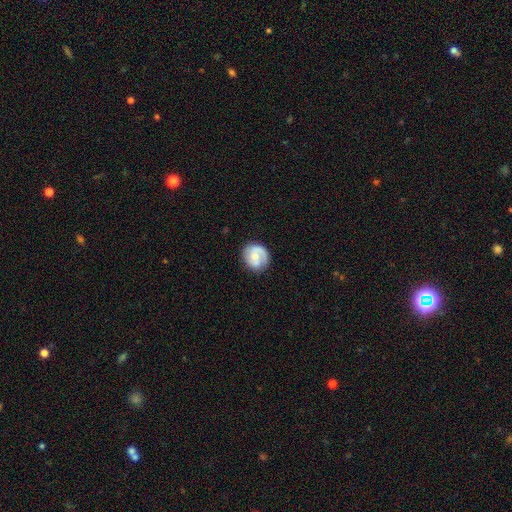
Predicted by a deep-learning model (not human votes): A featured or disk galaxy (55%) with no bar (63%), spiral arms (84%) and a small central bulge (48%).

Vote fractions:
- Smooth or featured? featured or disk: 55% / smooth: 38% / star or artifact: 6%
- Edge-on disk? no: 98% / yes: 2%
- Bar? no: 63% / weak: 32% / strong: 5%
- Spiral arms? yes: 84% / no: 16%
- Bulge size? small: 48% / moderate: 42% / none: 6% / large: 3% / dominant: 1%
- Merging? none: 74% / minor disturbance: 18% / major disturbance: 6% / merger: 2%